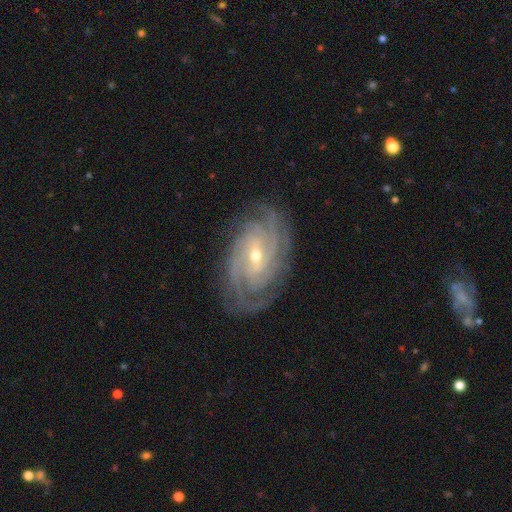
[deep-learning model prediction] A featured or disk galaxy (90%) with a weak bar (48%), 3 (25%) tight (73%) spiral arms (98%) and a small central bulge (53%).

Vote fractions:
- Smooth or featured? featured or disk: 90% / smooth: 5% / star or artifact: 5%
- Edge-on disk? no: 96% / yes: 4%
- Bar? weak: 48% / no: 29% / strong: 23%
- Spiral arms? yes: 98% / no: 2%
- Spiral winding? tight: 73% / medium: 24% / loose: 4%
- Spiral arm count? 3: 25% / 4: 24% / can't tell: 21% / 2: 15% / more than 4: 8% / 1: 6%
- Bulge size? small: 53% / moderate: 44% / large: 1% / none: 1% / dominant: 1%
- Merging? none: 80% / minor disturbance: 15% / major disturbance: 4% / merger: 1%